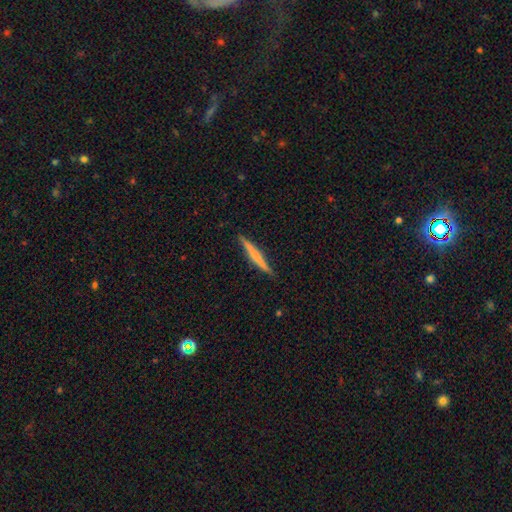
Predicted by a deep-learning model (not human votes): Smooth or featured? smooth (49%)
Merging? none (88%)